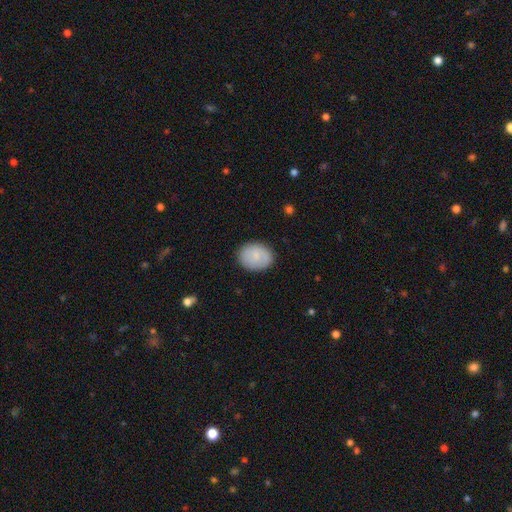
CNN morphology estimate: This is likely a smooth galaxy (74%). How rounded: possibly round (51%). Merging: clearly none (86%).